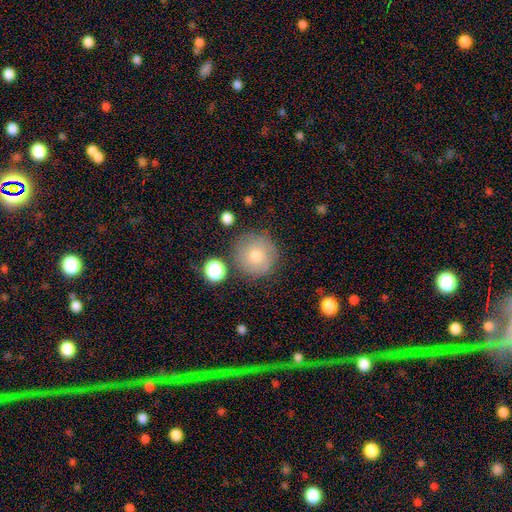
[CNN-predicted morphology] type=smooth (75%); roundness=round (95%); merging=none (80%).